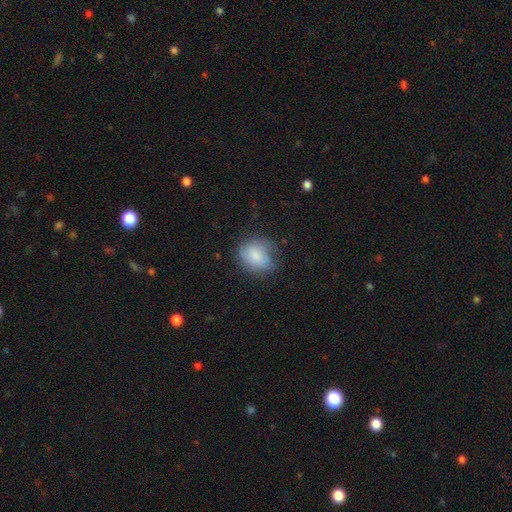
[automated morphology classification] type=smooth (81%); roundness=round (64%); merging=none (64%).